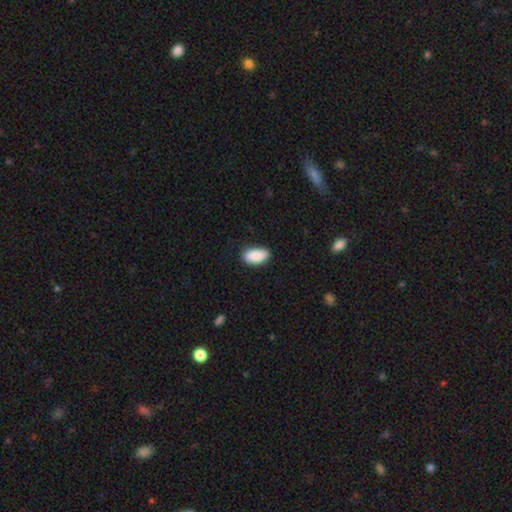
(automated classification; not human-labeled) Q: Smooth or featured?
A: smooth (88%); runner-up: star or artifact (6%)
Q: How rounded?
A: in between (93%); runner-up: round (3%)
Q: Merging?
A: none (79%); runner-up: minor disturbance (17%)